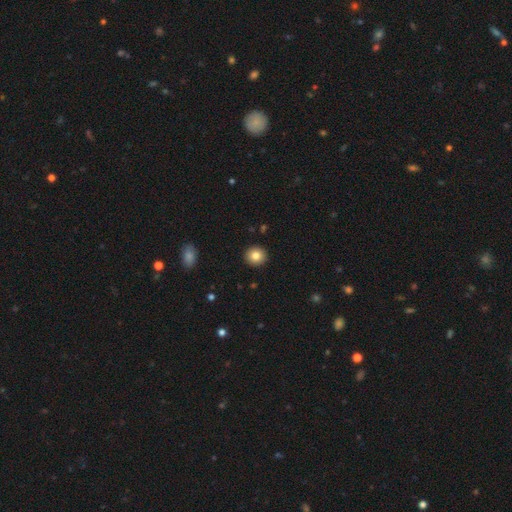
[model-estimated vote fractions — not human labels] The model was most divided on "smooth or featured": smooth: 83%, star or artifact: 9%, featured or disk: 8%. More confident: merging — none (93%); how rounded — round (91%).